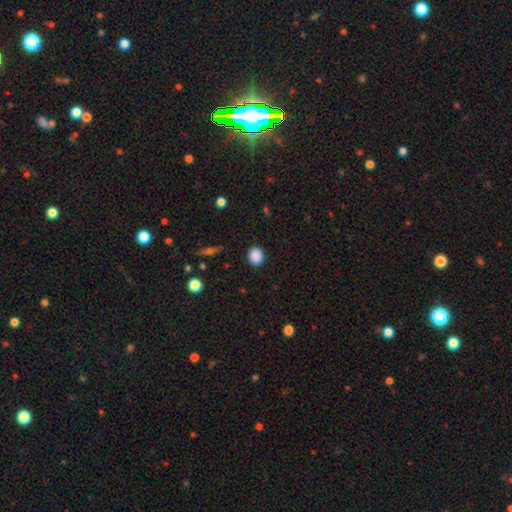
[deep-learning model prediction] Smooth or featured: smooth — 88% (star or artifact — 9%)
How rounded: round — 67% (in between — 32%)
Merging: none — 89% (minor disturbance — 7%)